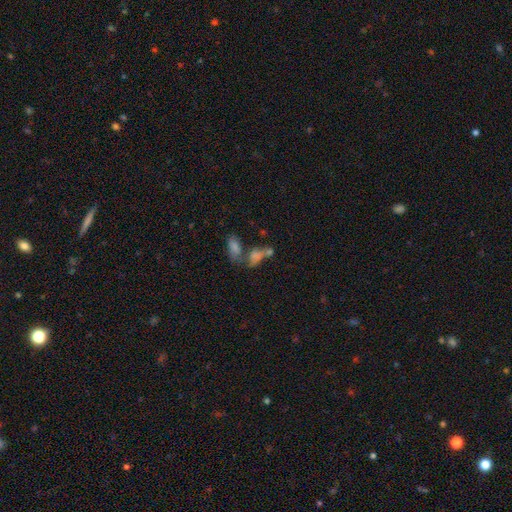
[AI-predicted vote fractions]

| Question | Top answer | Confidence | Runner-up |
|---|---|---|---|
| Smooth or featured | smooth | 59% | star or artifact (21%) |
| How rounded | in between | 78% | round (11%) |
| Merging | merger | 50% | none (31%) |